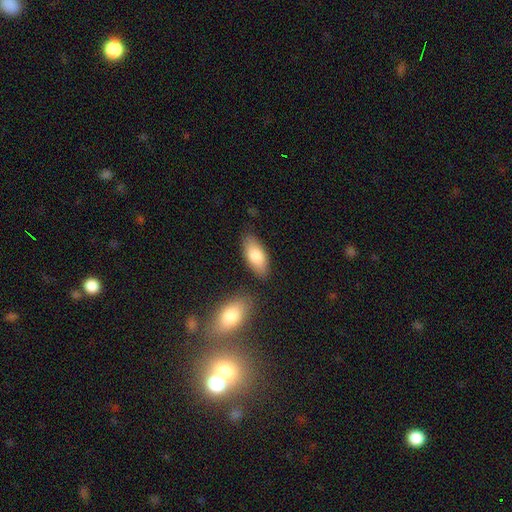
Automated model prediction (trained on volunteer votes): Smooth or featured: smooth — 81% (featured or disk — 13%)
How rounded: in between — 88% (cigar-shaped — 10%)
Merging: none — 79% (minor disturbance — 13%)